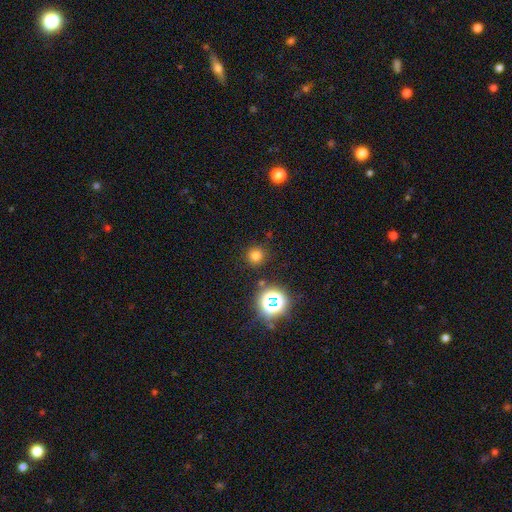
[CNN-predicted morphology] A smooth galaxy with no disk features (72%) that is round (94%).

Vote fractions:
- Smooth or featured? smooth: 72% / star or artifact: 22% / featured or disk: 6%
- How rounded? round: 94% / in between: 5% / cigar-shaped: 1%
- Merging? none: 87% / minor disturbance: 7% / major disturbance: 3% / merger: 3%